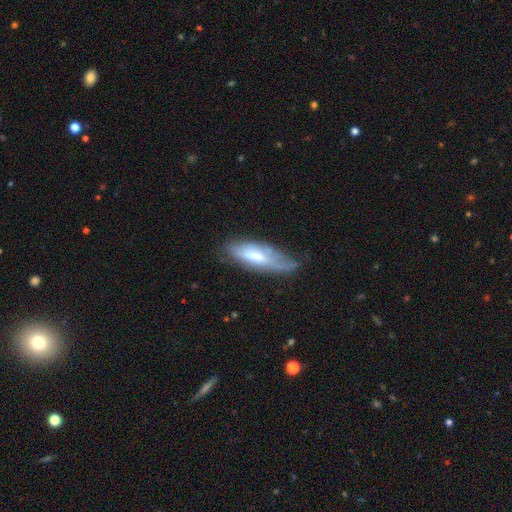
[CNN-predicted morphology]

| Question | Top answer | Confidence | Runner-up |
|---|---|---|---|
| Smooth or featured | smooth | 49% | featured or disk (44%) |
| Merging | none | 46% | minor disturbance (36%) |